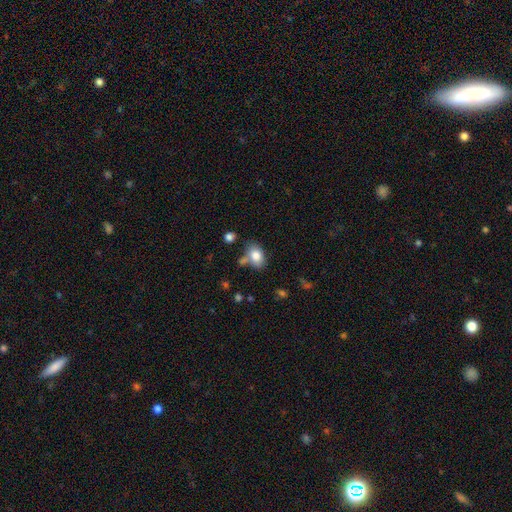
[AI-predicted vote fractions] Smooth or featured? Predicted: smooth (p=0.82). How rounded? Predicted: in between (p=0.81). Merging? Predicted: none (p=0.62).